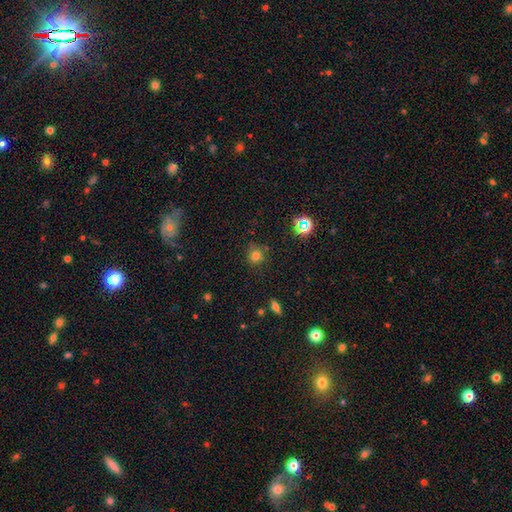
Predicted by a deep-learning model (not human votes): This is likely a smooth galaxy (73%). How rounded: clearly round (88%). Merging: likely none (77%).